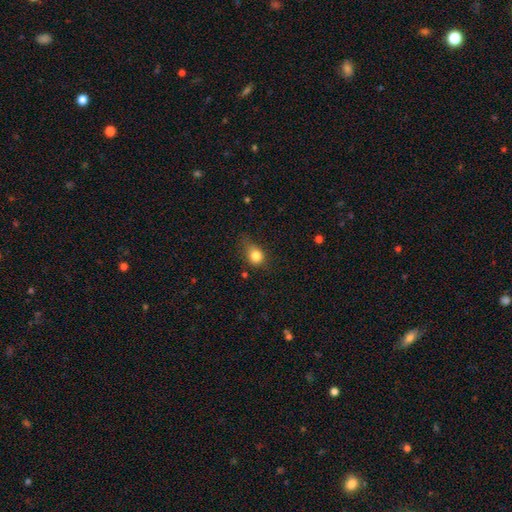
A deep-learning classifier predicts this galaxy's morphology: type=smooth (82%); roundness=round (53%); merging=none (54%).